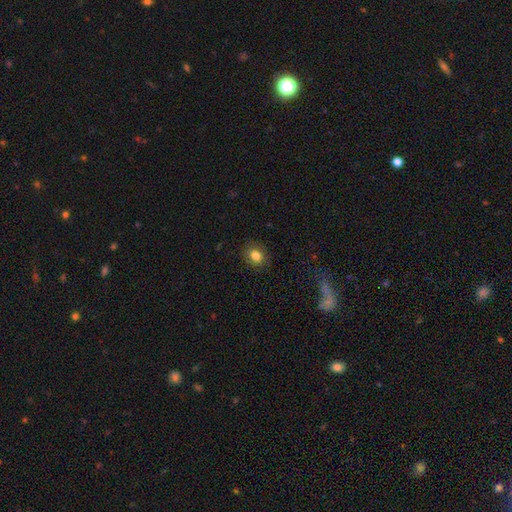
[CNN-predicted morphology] Smooth or featured?
  - smooth: 82% *
  - star or artifact: 11%
  - featured or disk: 8%
How rounded?
  - round: 61% *
  - in between: 38%
  - cigar-shaped: 1%
Merging?
  - none: 87% *
  - minor disturbance: 9%
  - major disturbance: 3%
  - merger: 1%